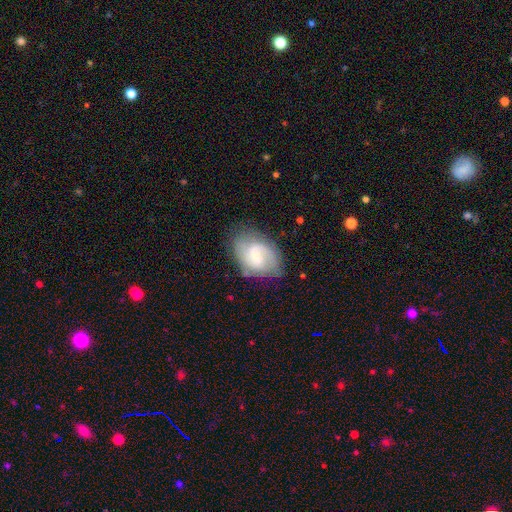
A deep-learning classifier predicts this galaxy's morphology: The model was most divided on "spiral winding": medium: 47%, tight: 32%, loose: 21%. More confident: edge-on disk — no (97%); spiral arms — yes (90%); smooth or featured — featured or disk (68%); spiral arm count — 2 (68%); merging — none (66%); bulge size — small (56%); bar — weak (55%).